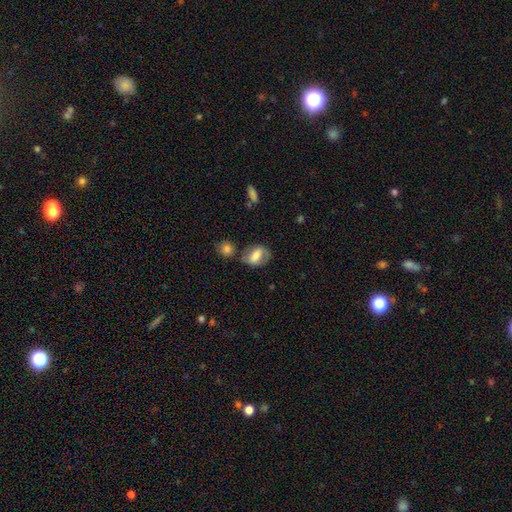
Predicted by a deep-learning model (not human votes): Smooth or featured? Predicted: smooth (p=0.59). How rounded? Predicted: in between (p=0.78). Merging? Predicted: none (p=0.56).